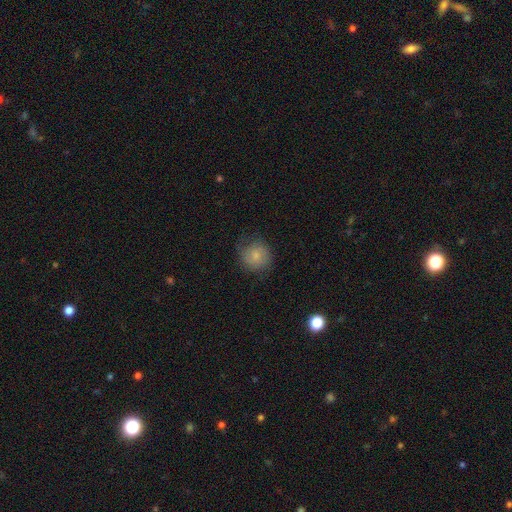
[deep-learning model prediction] This appears to be a smooth galaxy with no disk features (76%) that is round (87%). Merging: none (70%).